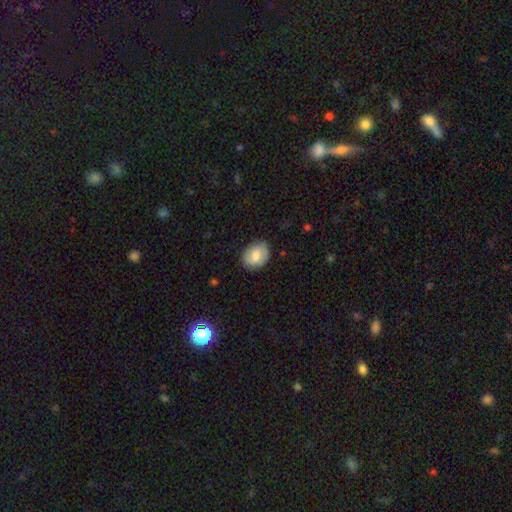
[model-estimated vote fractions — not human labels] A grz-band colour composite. It shows a smooth galaxy with no disk features (75%) that is in between round and cigar-shaped (66%). Merging: none (81%).